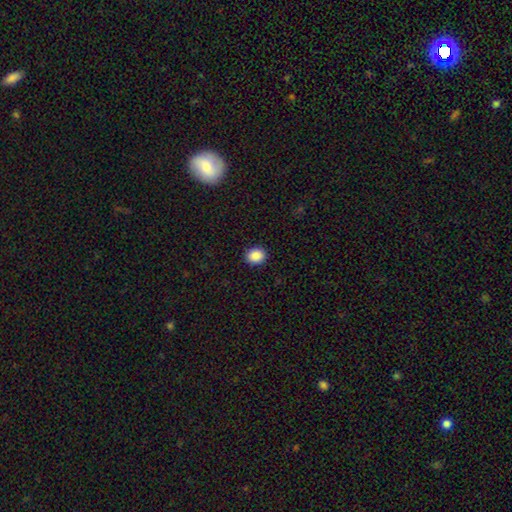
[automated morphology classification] The model was most divided on "how rounded": round: 68%, in between: 31%, cigar-shaped: 1%. More confident: merging — none (91%); smooth or featured — smooth (89%).